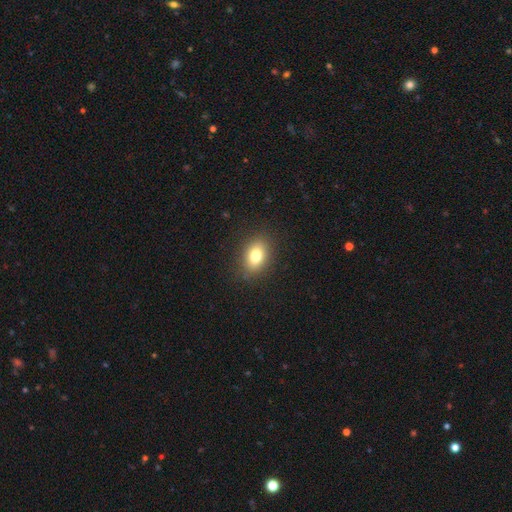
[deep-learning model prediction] Overall: smooth (77%). How rounded: in between (75%). Merging: none (87%).